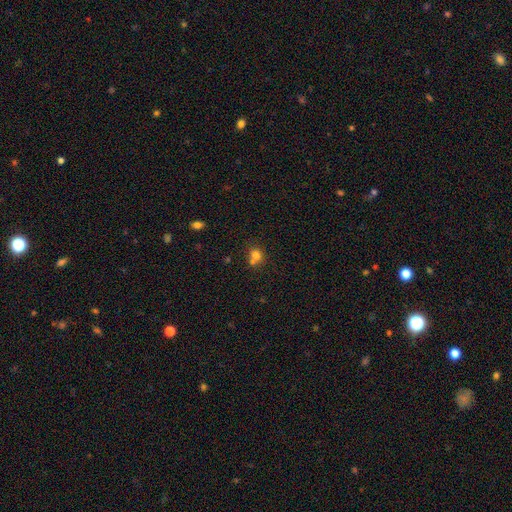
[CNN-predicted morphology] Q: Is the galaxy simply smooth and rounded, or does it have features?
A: smooth — 76%.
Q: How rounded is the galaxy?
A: round — 79%.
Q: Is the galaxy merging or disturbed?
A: none — 49%.